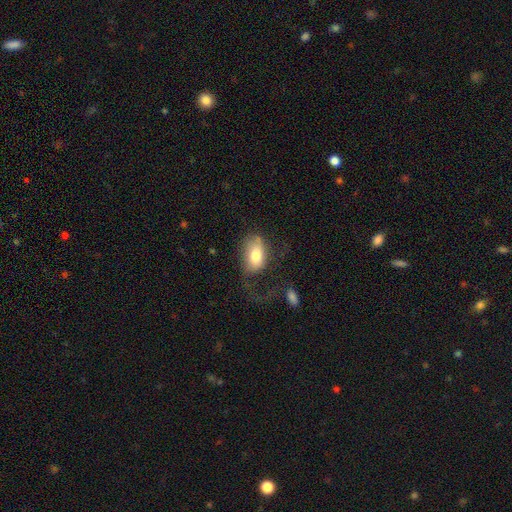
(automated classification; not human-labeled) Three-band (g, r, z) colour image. It shows a smooth galaxy with no disk features (72%) that is in between round and cigar-shaped (90%). Merging: major disturbance (43%).